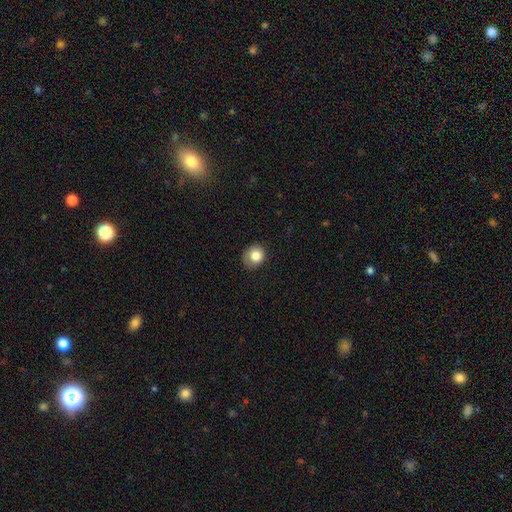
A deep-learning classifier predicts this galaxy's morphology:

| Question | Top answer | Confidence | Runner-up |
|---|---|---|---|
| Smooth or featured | smooth | 82% | star or artifact (10%) |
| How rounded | round | 73% | in between (26%) |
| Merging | none | 72% | minor disturbance (22%) |